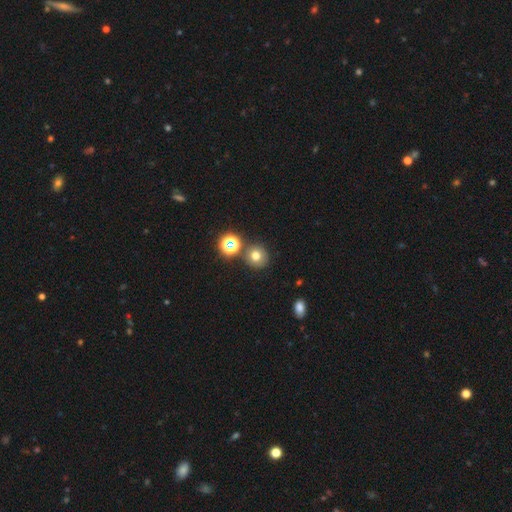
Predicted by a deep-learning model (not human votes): smooth-or-featured: smooth: 70% | star or artifact: 19% | featured or disk: 10%
  how-rounded: round: 88% | in between: 11% | cigar-shaped: 1%
  merging: none: 78% | merger: 11% | minor disturbance: 8% | major disturbance: 3%